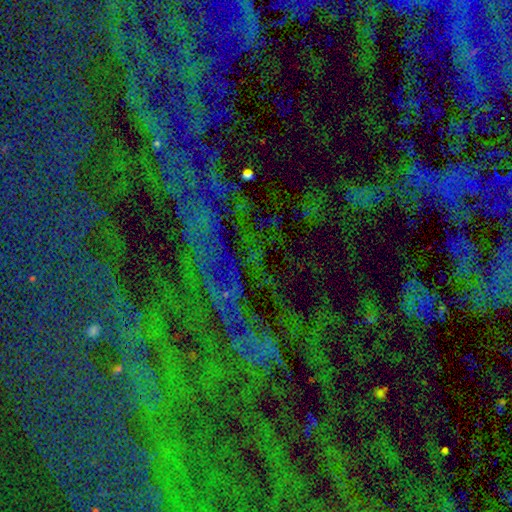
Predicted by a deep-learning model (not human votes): Smooth or featured? star or artifact (77%)